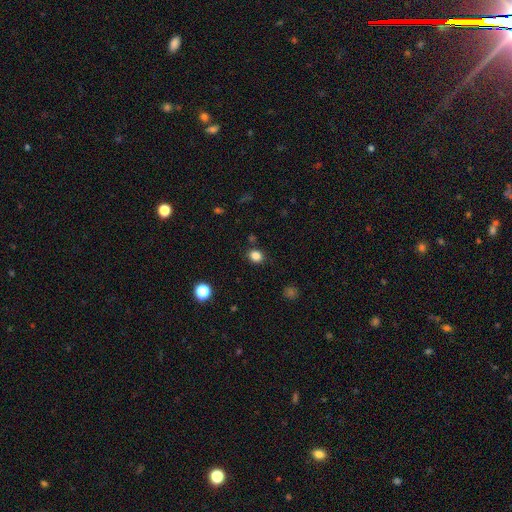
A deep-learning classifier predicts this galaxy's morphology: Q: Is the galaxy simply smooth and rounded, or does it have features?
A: smooth — 83%.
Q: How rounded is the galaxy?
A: round — 66%.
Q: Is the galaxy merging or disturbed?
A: none — 85%.